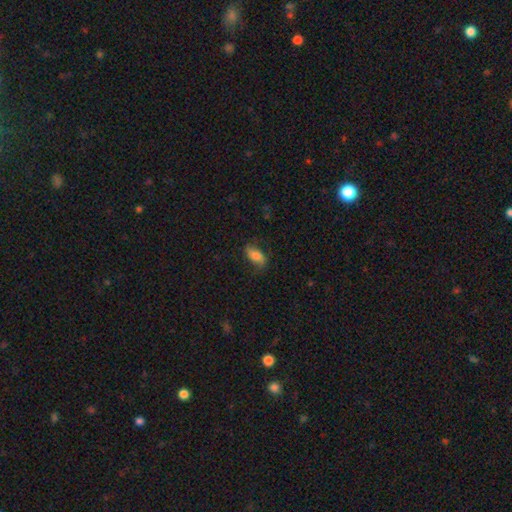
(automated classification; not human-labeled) A smooth galaxy with no disk features (66%) that is in between round and cigar-shaped (88%). Merging: none (69%).